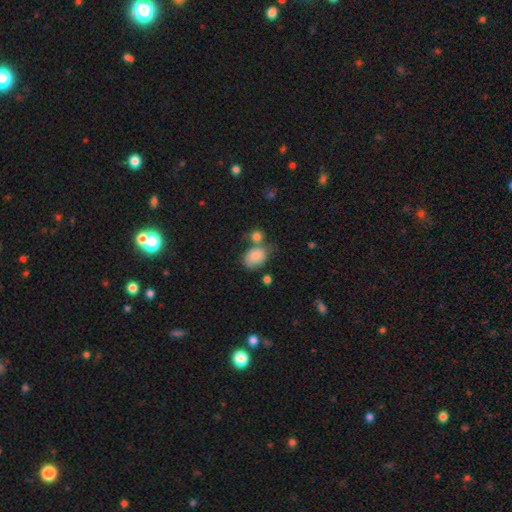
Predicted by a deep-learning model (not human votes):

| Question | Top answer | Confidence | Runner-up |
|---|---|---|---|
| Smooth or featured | smooth | 84% | featured or disk (8%) |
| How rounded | in between | 64% | round (35%) |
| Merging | none | 43% | merger (29%) |